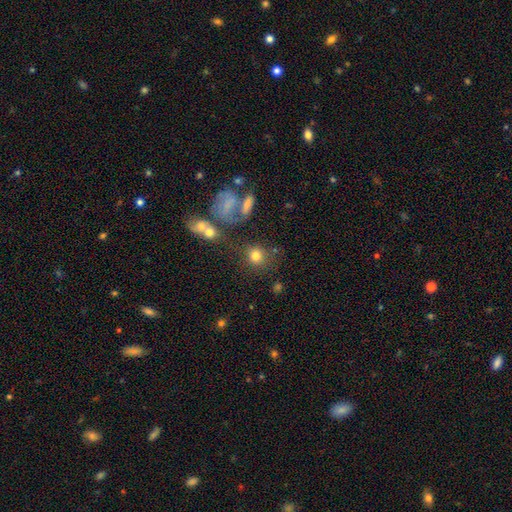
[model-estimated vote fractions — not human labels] Smooth or featured: smooth — 77% (star or artifact — 12%)
How rounded: round — 85% (in between — 14%)
Merging: none — 69% (minor disturbance — 12%)